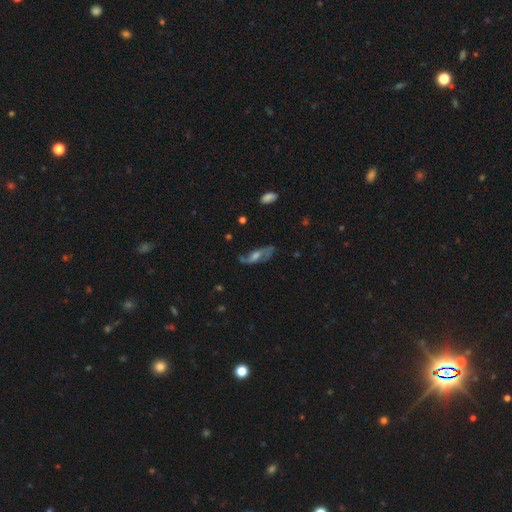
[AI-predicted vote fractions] The model was most divided on "spiral winding": loose: 49%, medium: 36%, tight: 15%. More confident: spiral arms — yes (87%); edge-on disk — no (83%); spiral arm count — 2 (79%); smooth or featured — featured or disk (72%); merging — none (65%); bulge size — moderate (55%); bar — no (53%).